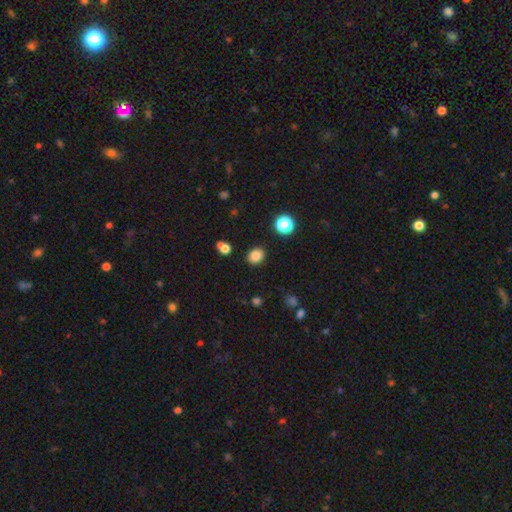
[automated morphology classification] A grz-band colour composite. It shows a smooth galaxy with no disk features (84%) that is round (57%). Merging: none (87%).